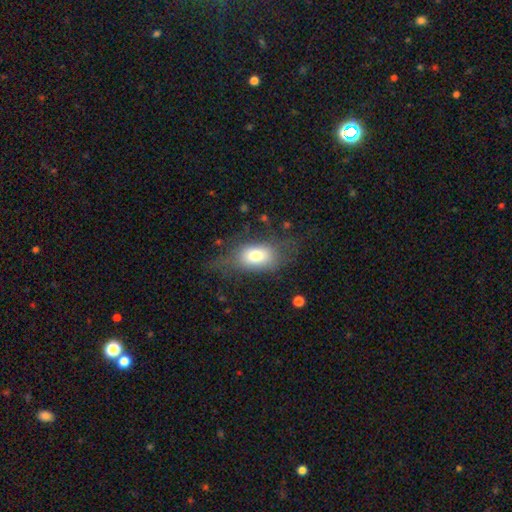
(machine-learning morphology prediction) Smooth or featured? Predicted: smooth (p=0.72). How rounded? Predicted: in between (p=0.82). Merging? Predicted: none (p=0.50).